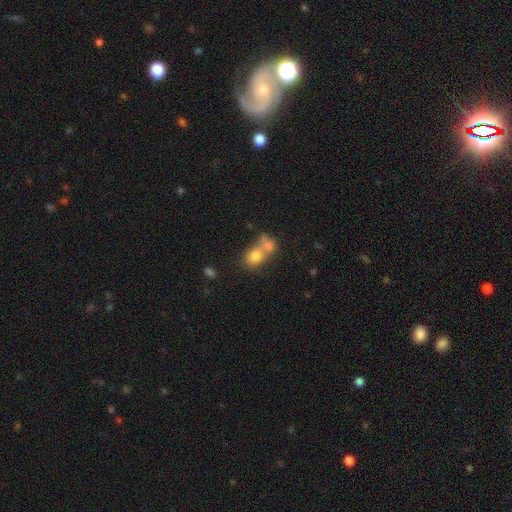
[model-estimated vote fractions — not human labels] Smooth or featured? smooth (77%)
How rounded? in between (52%)
Merging? merger (57%)